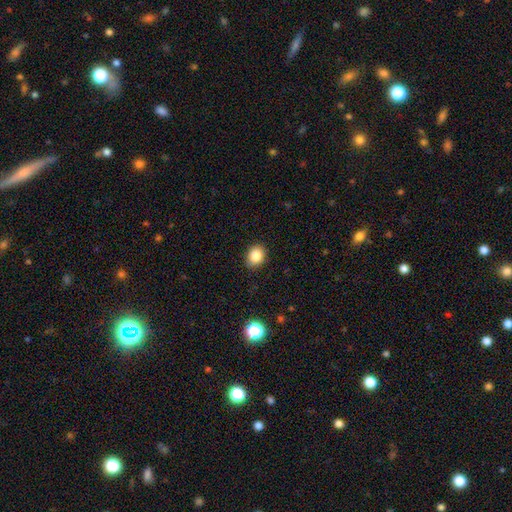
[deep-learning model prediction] This is clearly a smooth galaxy (86%). How rounded: possibly in between (50%). Merging: clearly none (88%).